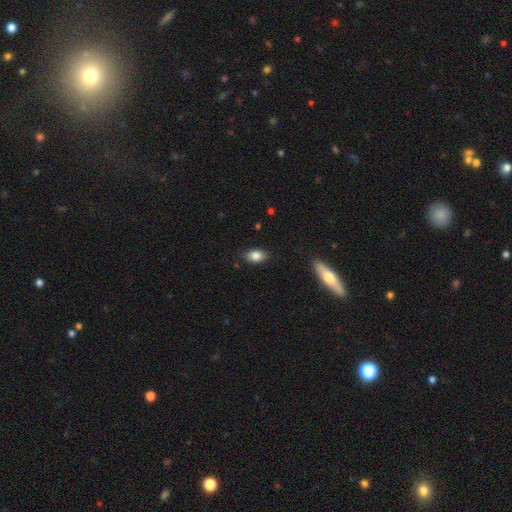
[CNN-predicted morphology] Smooth or featured? Predicted: smooth (p=0.84). How rounded? Predicted: in between (p=0.88). Merging? Predicted: none (p=0.85).